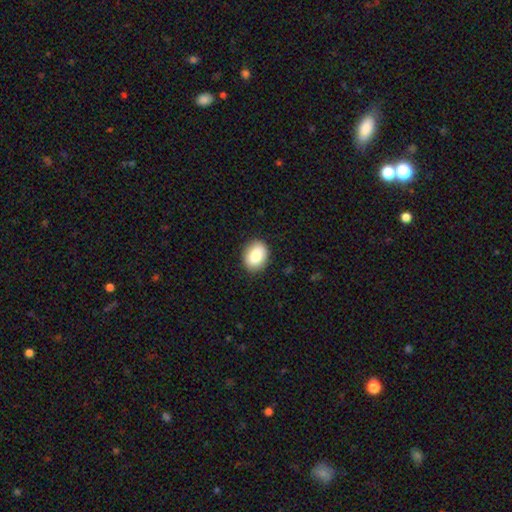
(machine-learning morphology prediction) Smooth or featured? Predicted: smooth (p=0.85). How rounded? Predicted: in between (p=0.63). Merging? Predicted: none (p=0.87).